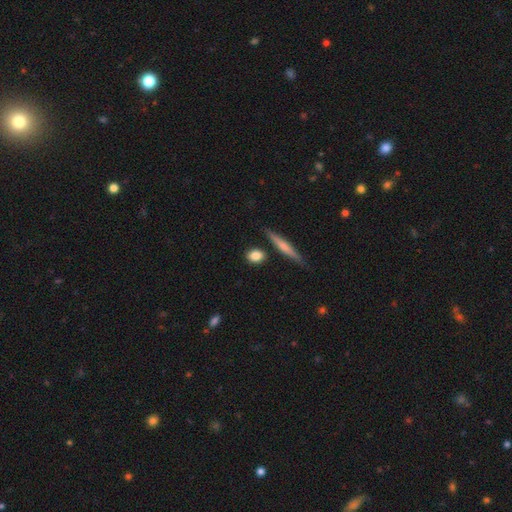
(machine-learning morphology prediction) The model was most divided on "how rounded": in between: 49%, round: 39%, cigar-shaped: 12%. More confident: smooth or featured — smooth (83%); merging — none (79%).